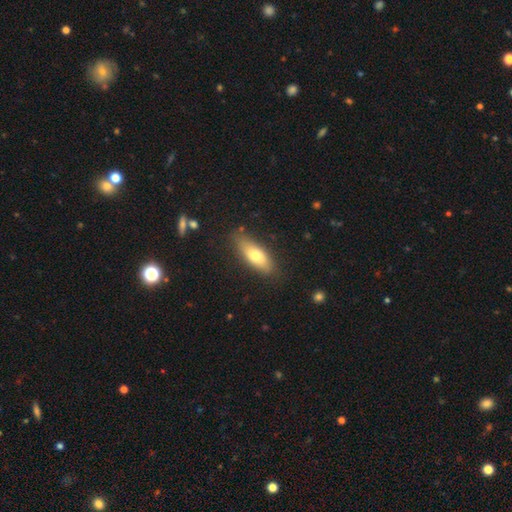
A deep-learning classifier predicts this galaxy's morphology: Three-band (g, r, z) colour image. It shows a smooth galaxy with no disk features (70%) that is in between round and cigar-shaped (66%). Merging: none (81%).